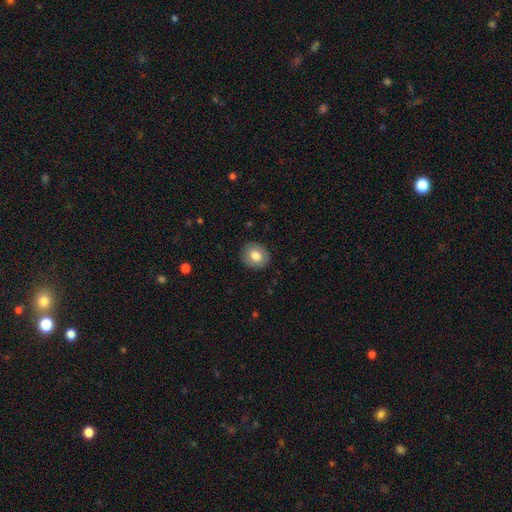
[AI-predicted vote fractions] smooth_or_featured: smooth (p=0.79) [alt: featured or disk p=0.14]
how_rounded: round (p=0.66) [alt: in between p=0.34]
merging: none (p=0.89) [alt: minor disturbance p=0.08]